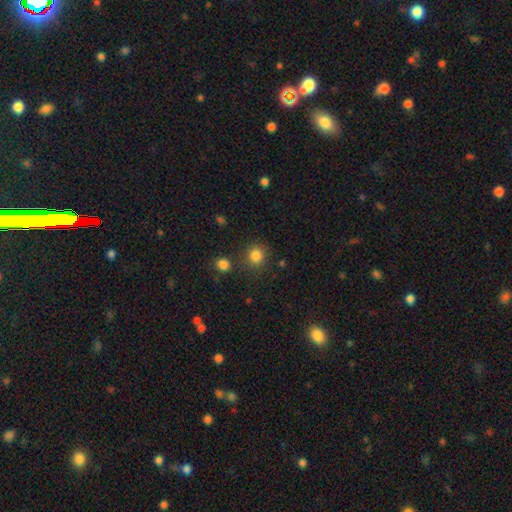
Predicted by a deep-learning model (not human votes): The model was most divided on "merging": none: 79%, minor disturbance: 10%, merger: 7%, major disturbance: 4%. More confident: how rounded — round (86%); smooth or featured — smooth (83%).